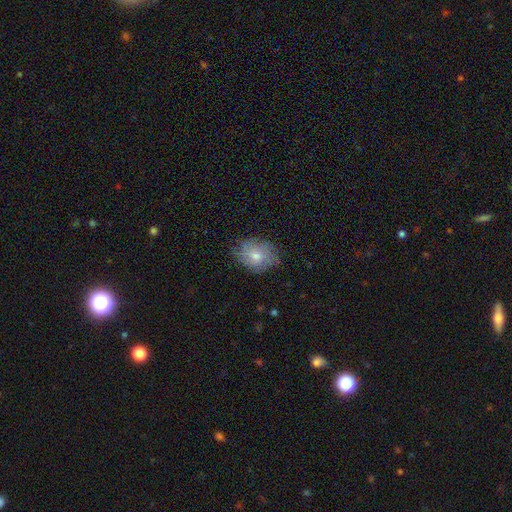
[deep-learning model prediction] Q: Smooth or featured?
A: smooth (68%); runner-up: featured or disk (24%)
Q: How rounded?
A: in between (60%); runner-up: round (39%)
Q: Merging?
A: none (69%); runner-up: minor disturbance (24%)